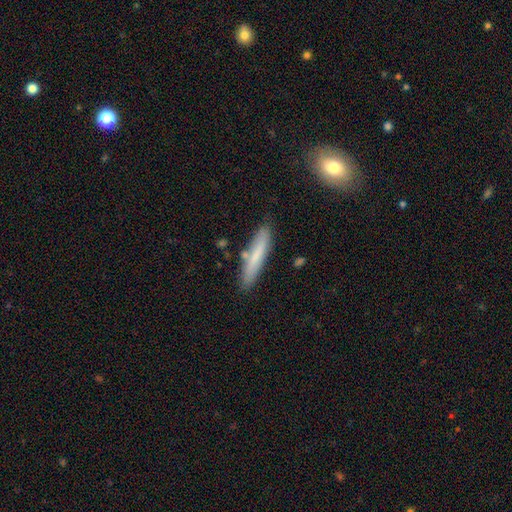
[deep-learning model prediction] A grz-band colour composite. It shows a smooth galaxy with no disk features (70%) that is cigar-shaped (90%). Merging: none (82%).